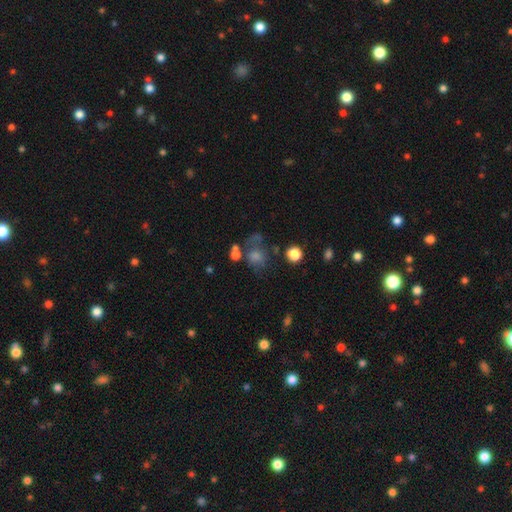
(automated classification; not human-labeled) This appears to be a smooth galaxy with no disk features (51%) that is round (72%). Merging: none (49%).